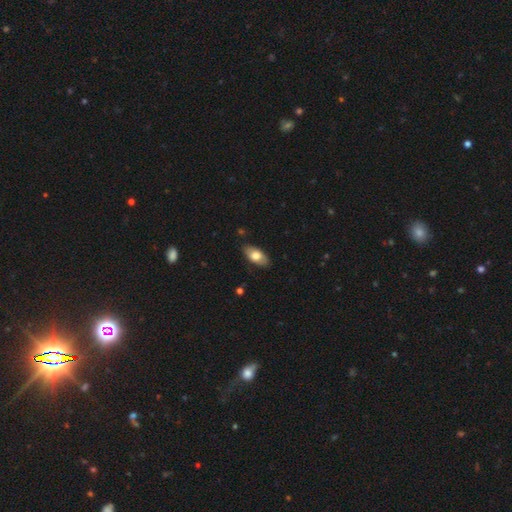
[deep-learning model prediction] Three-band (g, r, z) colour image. It shows a smooth galaxy with no disk features (73%) that is in between round and cigar-shaped (92%). Merging: none (84%).